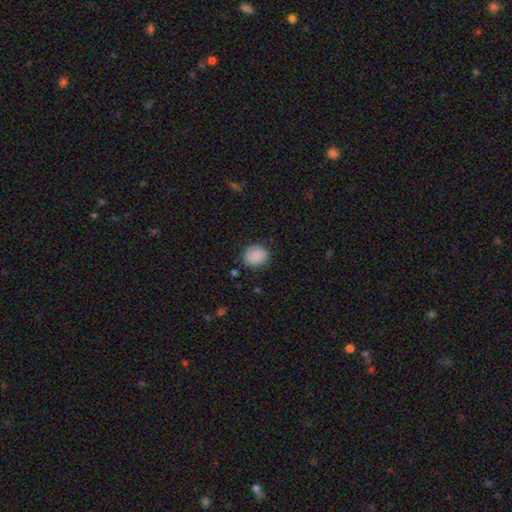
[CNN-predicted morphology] smooth 87%, star or artifact 7%, featured or disk 6%. Down the decision tree: how rounded — round (78%); merging — none (83%).